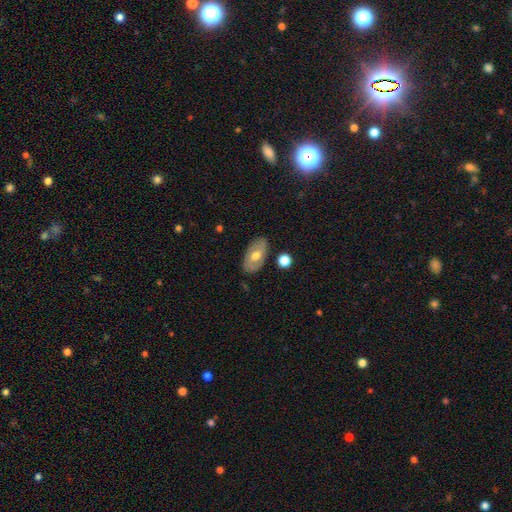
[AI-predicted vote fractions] This appears to be a smooth galaxy with no disk features (50%) that is in between round and cigar-shaped (91%). Merging: none (81%).